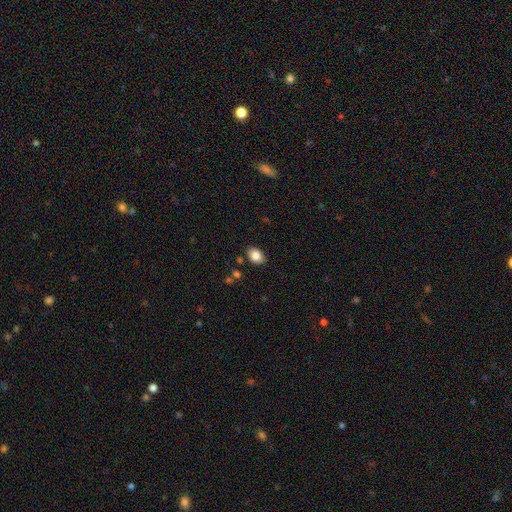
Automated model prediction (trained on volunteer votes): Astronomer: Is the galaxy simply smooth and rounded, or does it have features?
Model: smooth — 85%.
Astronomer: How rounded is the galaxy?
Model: in between — 75%.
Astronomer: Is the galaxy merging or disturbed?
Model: none — 84%.